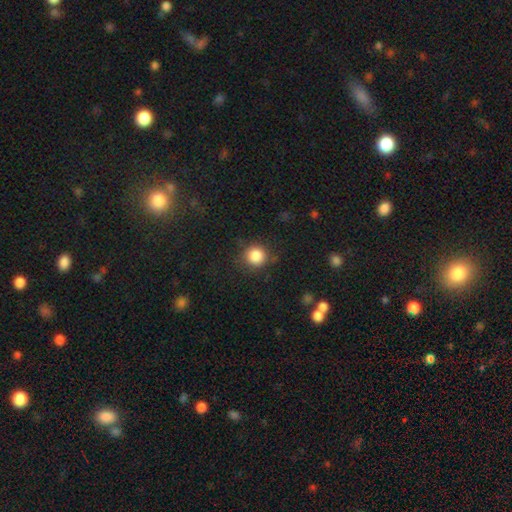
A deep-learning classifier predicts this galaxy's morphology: This is clearly a smooth galaxy (85%). How rounded: clearly round (93%). Merging: clearly none (84%).